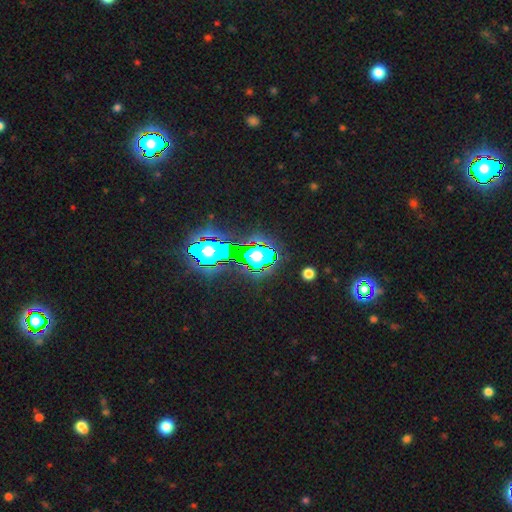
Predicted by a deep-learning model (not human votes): A star or artifact, not a galaxy (62%).